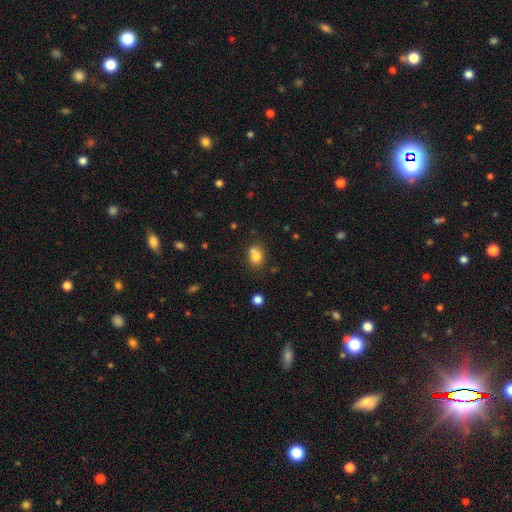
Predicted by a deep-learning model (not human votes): A smooth galaxy with no disk features (77%) that is round (53%). Merging: none (49%).